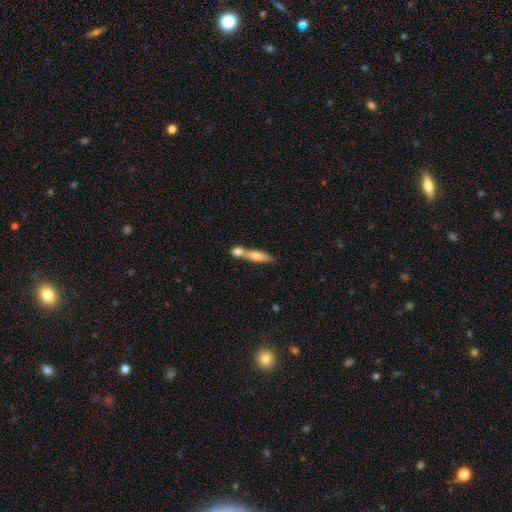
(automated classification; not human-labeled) Smooth or featured? smooth (64%)
How rounded? cigar-shaped (67%)
Merging? merger (58%)